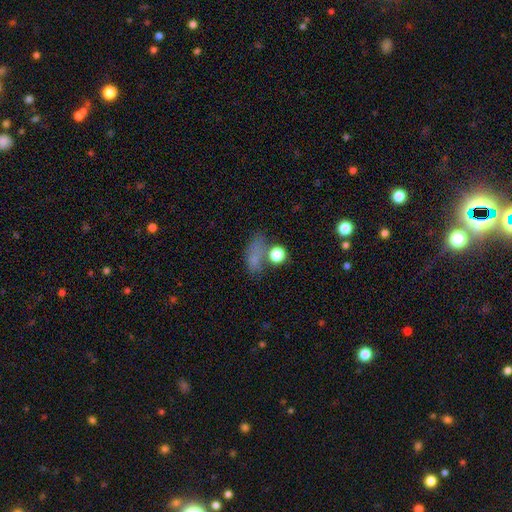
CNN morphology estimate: Overall: smooth (66%). How rounded: in between (65%). Merging: none (49%; minor disturbance 20%).